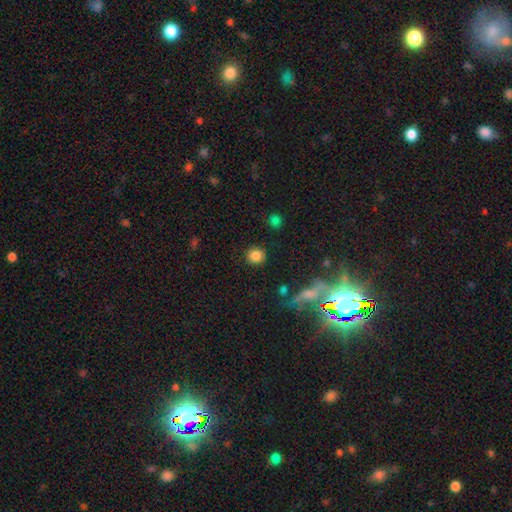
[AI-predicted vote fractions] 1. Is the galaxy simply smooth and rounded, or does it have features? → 84% smooth, 11% star or artifact, 6% featured or disk.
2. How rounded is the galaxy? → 90% round, 9% in between, 1% cigar-shaped.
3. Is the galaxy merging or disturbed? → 87% none, 8% minor disturbance, 3% major disturbance, 2% merger.